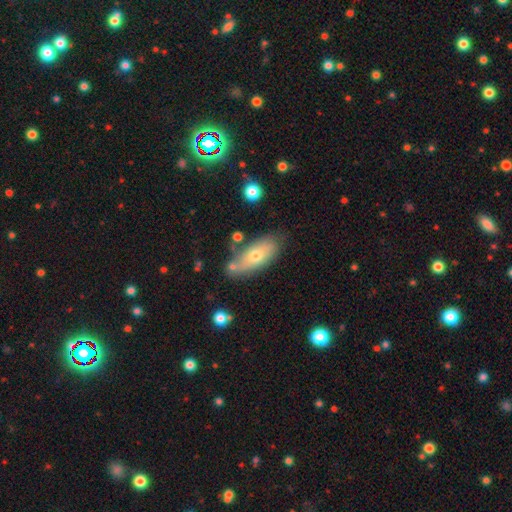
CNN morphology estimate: smooth 61%, featured or disk 31%, star or artifact 8%. Down the decision tree: how rounded — in between (77%); merging — none (65%).